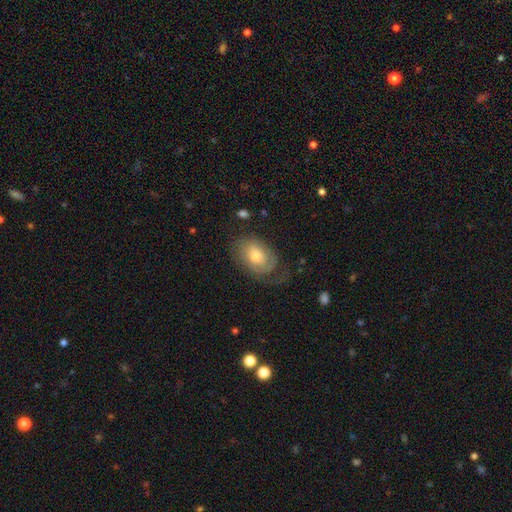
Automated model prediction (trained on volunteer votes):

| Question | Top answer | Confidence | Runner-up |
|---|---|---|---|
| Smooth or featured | smooth | 48% | featured or disk (45%) |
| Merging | none | 53% | minor disturbance (24%) |